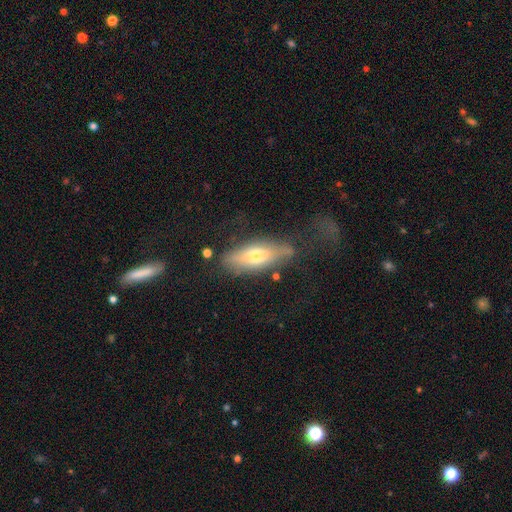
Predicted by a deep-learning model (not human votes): A smooth galaxy with no disk features (53%) that is in between round and cigar-shaped (58%).

Vote fractions:
- Smooth or featured? smooth: 53% / featured or disk: 40% / star or artifact: 7%
- How rounded? in between: 58% / cigar-shaped: 39% / round: 3%
- Merging? none: 56% / minor disturbance: 24% / major disturbance: 16% / merger: 4%